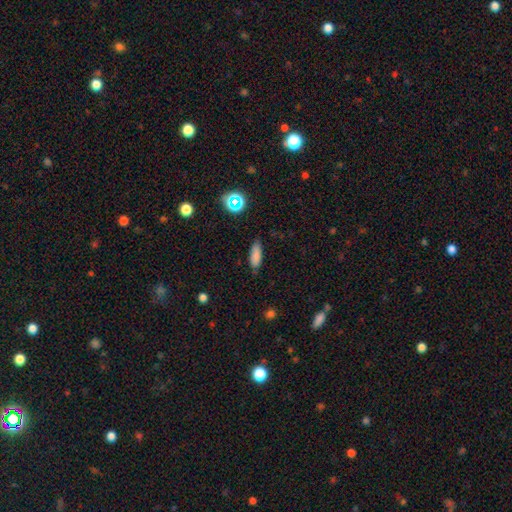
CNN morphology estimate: Smooth or featured? Predicted: smooth (p=0.82). How rounded? Predicted: in between (p=0.66). Merging? Predicted: none (p=0.79).